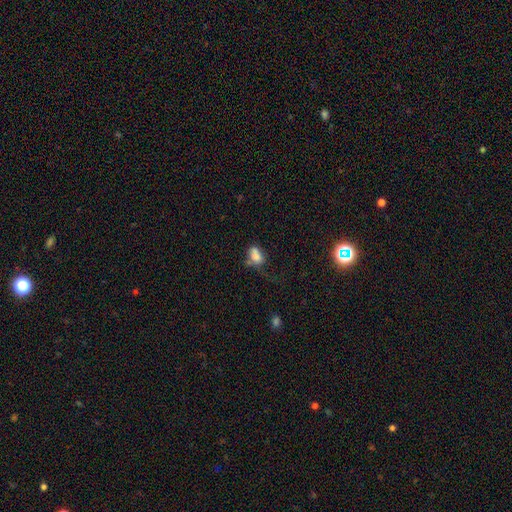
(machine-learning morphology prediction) Smooth or featured? smooth (74%)
How rounded? in between (73%)
Merging? none (31%)